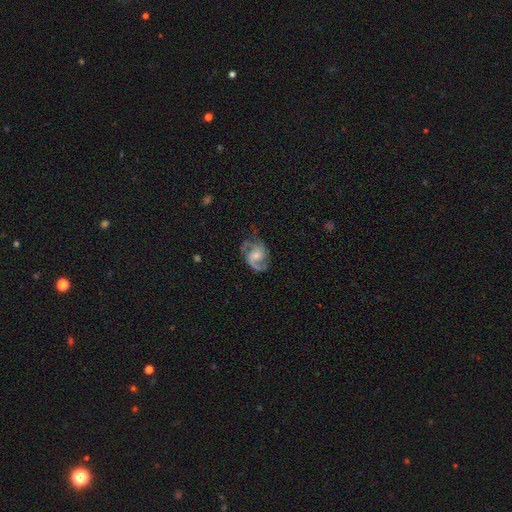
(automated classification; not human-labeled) This appears to be a featured or disk galaxy (86%) with no bar (61%), 2 (51%) medium (56%) spiral arms (97%) and a small central bulge (47%). Merging: none (67%).